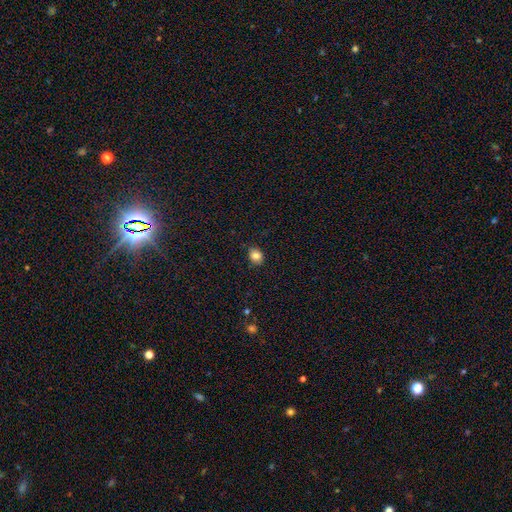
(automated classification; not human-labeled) Smooth or featured: smooth — 83% (star or artifact — 11%)
How rounded: round — 56% (in between — 43%)
Merging: none — 85% (minor disturbance — 12%)